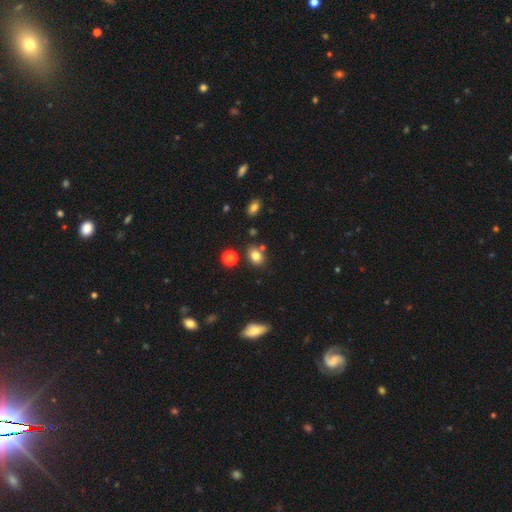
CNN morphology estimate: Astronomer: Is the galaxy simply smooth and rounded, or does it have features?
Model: smooth — 80%.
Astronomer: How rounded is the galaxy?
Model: in between — 65%.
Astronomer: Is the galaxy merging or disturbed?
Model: none — 75%.